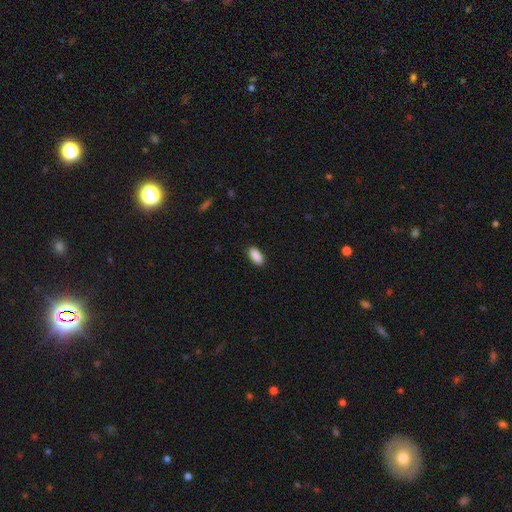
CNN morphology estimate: Q: Smooth or featured?
A: smooth (90%); runner-up: star or artifact (7%)
Q: How rounded?
A: in between (83%); runner-up: cigar-shaped (14%)
Q: Merging?
A: none (88%); runner-up: minor disturbance (9%)